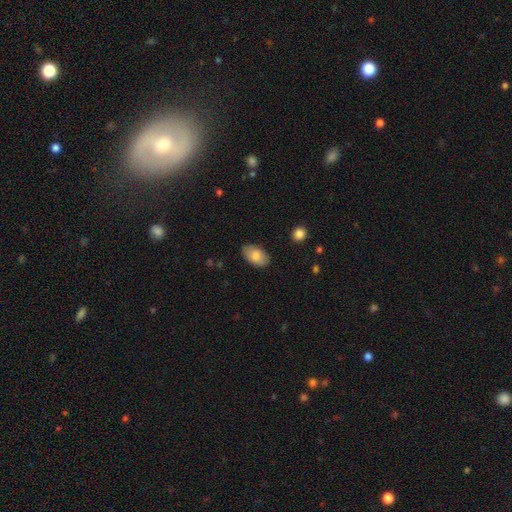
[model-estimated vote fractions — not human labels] Q: Smooth or featured?
A: smooth (82%); runner-up: featured or disk (12%)
Q: How rounded?
A: in between (94%); runner-up: round (4%)
Q: Merging?
A: none (84%); runner-up: minor disturbance (13%)